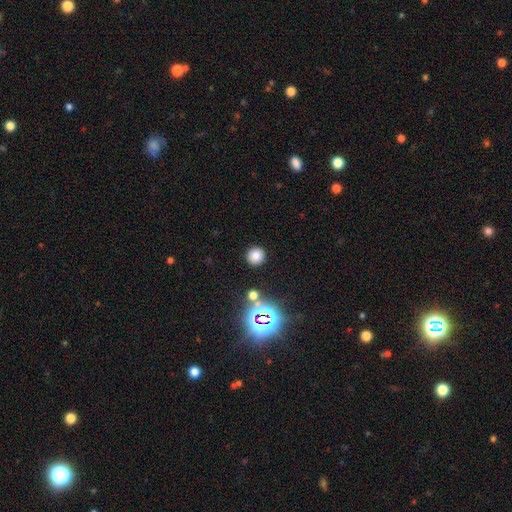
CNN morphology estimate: Q: Smooth or featured?
A: smooth (76%); runner-up: star or artifact (18%)
Q: How rounded?
A: round (94%); runner-up: in between (5%)
Q: Merging?
A: none (89%); runner-up: minor disturbance (5%)